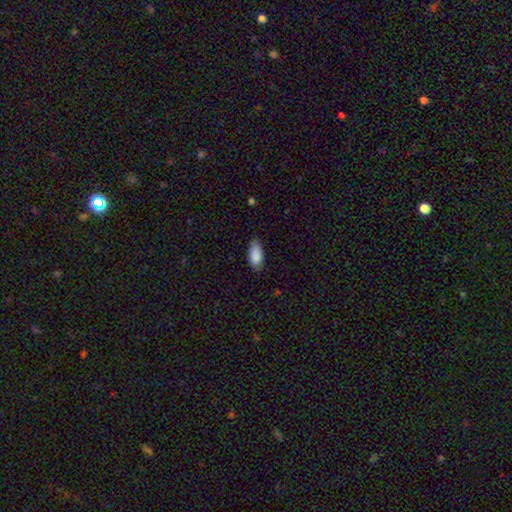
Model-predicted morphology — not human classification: smooth_or_featured: smooth (p=0.88) [alt: star or artifact p=0.06]
how_rounded: in between (p=0.90) [alt: cigar-shaped p=0.08]
merging: none (p=0.78) [alt: minor disturbance p=0.18]